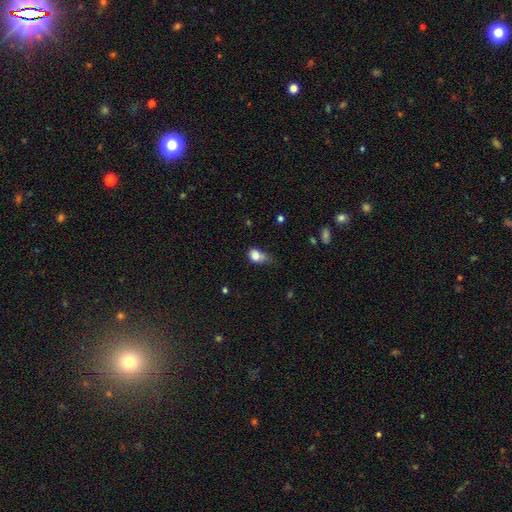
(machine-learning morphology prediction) A smooth galaxy with no disk features (79%) that is in between round and cigar-shaped (66%).

Vote fractions:
- Smooth or featured? smooth: 79% / featured or disk: 11% / star or artifact: 10%
- How rounded? in between: 66% / round: 32% / cigar-shaped: 2%
- Merging? minor disturbance: 43% / none: 25% / major disturbance: 25% / merger: 7%